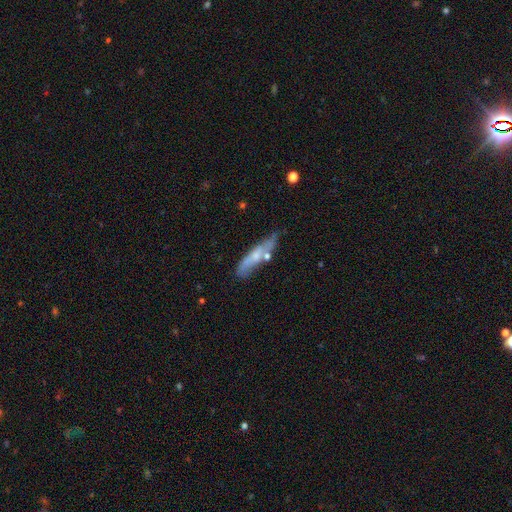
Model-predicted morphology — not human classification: smooth_or_featured: smooth (p=0.51) [alt: featured or disk p=0.42]
how_rounded: cigar-shaped (p=0.77) [alt: in between p=0.21]
merging: none (p=0.56) [alt: minor disturbance p=0.25]